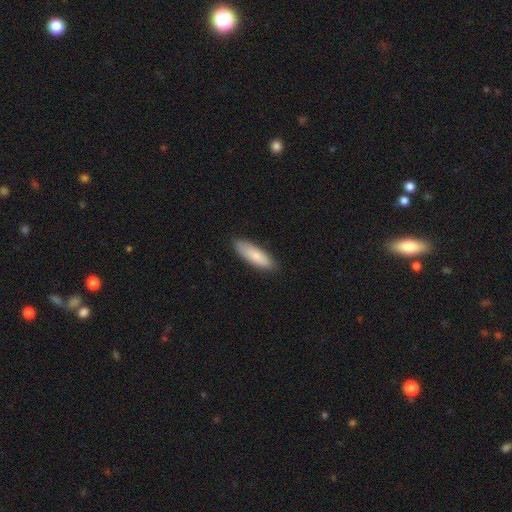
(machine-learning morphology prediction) smooth_or_featured: smooth (p=0.84) [alt: featured or disk p=0.11]
how_rounded: in between (p=0.54) [alt: cigar-shaped p=0.44]
merging: none (p=0.85) [alt: minor disturbance p=0.12]